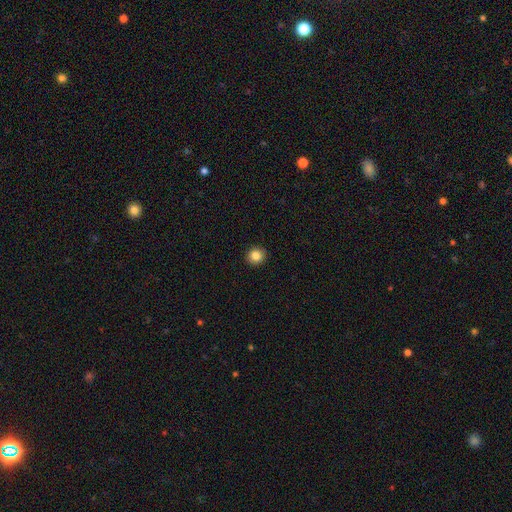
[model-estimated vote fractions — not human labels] Smooth or featured? Predicted: smooth (p=0.84). How rounded? Predicted: round (p=0.90). Merging? Predicted: none (p=0.93).